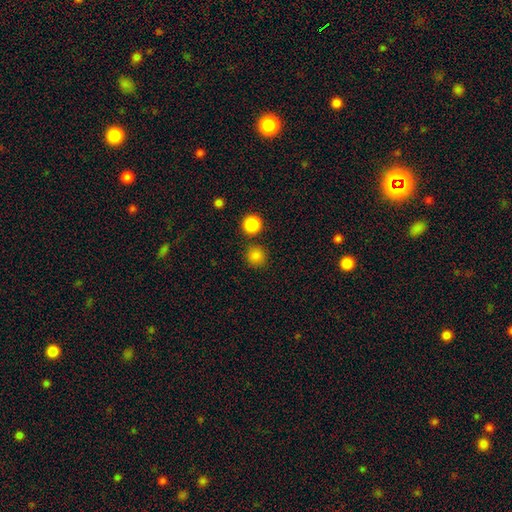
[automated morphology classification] Smooth or featured? smooth (83%)
How rounded? round (93%)
Merging? none (84%)